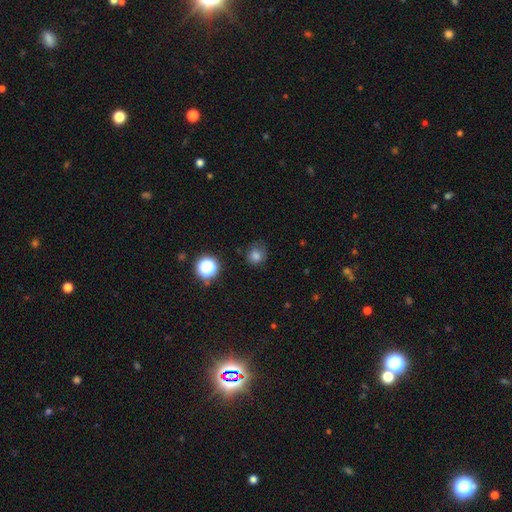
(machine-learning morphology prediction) Smooth or featured? Predicted: smooth (p=0.78). How rounded? Predicted: round (p=0.83). Merging? Predicted: none (p=0.71).